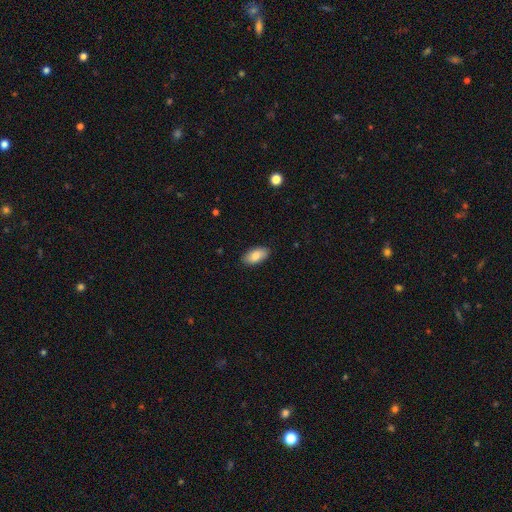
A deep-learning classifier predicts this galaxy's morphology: smooth-or-featured: smooth: 84% | featured or disk: 10% | star or artifact: 6%
  how-rounded: in between: 94% | cigar-shaped: 4% | round: 2%
  merging: none: 88% | minor disturbance: 9% | major disturbance: 2% | merger: 1%